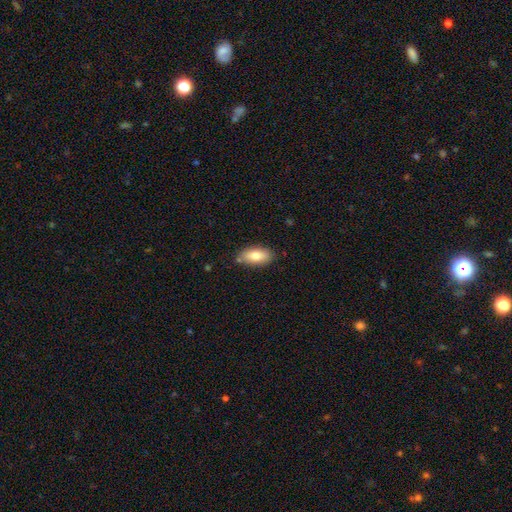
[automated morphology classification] type=smooth (78%); roundness=in between (87%); merging=none (81%).